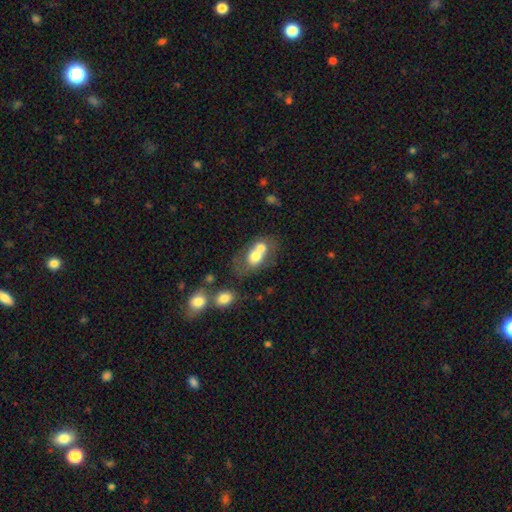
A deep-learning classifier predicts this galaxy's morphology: Q: Smooth or featured?
A: smooth (65%); runner-up: featured or disk (26%)
Q: How rounded?
A: in between (62%); runner-up: round (37%)
Q: Merging?
A: merger (63%); runner-up: none (22%)